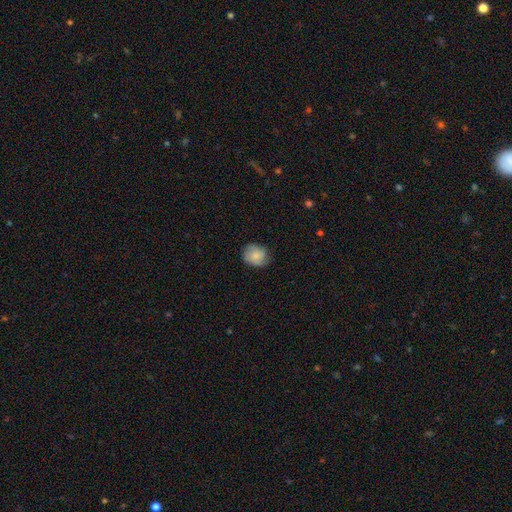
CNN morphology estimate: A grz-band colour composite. It shows a smooth galaxy with no disk features (69%) that is round (66%). Merging: none (73%).